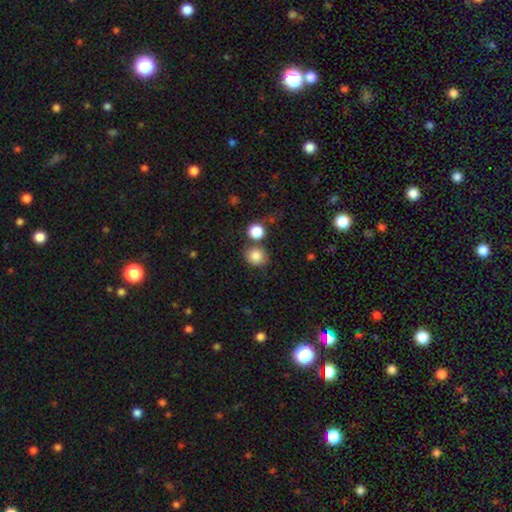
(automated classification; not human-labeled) Smooth or featured? Predicted: smooth (p=0.84). How rounded? Predicted: round (p=0.75). Merging? Predicted: none (p=0.69).